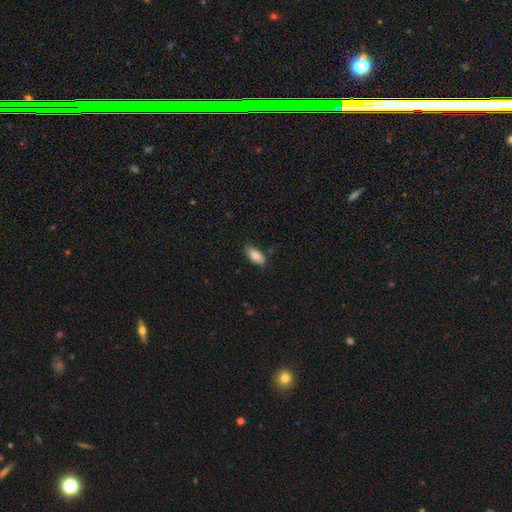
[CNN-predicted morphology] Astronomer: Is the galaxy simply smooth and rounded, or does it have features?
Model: smooth — 83%.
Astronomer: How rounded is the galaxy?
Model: in between — 90%.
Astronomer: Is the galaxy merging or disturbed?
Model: none — 73%.